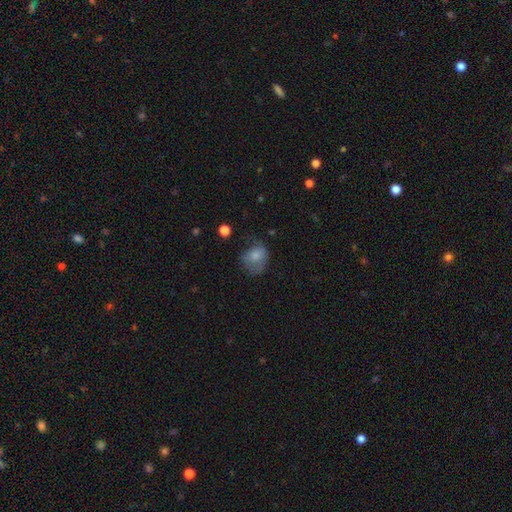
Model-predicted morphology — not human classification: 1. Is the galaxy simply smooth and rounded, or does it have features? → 72% smooth, 18% featured or disk, 9% star or artifact.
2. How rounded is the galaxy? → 51% round, 48% in between, 1% cigar-shaped.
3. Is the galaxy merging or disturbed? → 35% none, 33% minor disturbance, 30% major disturbance, 2% merger.